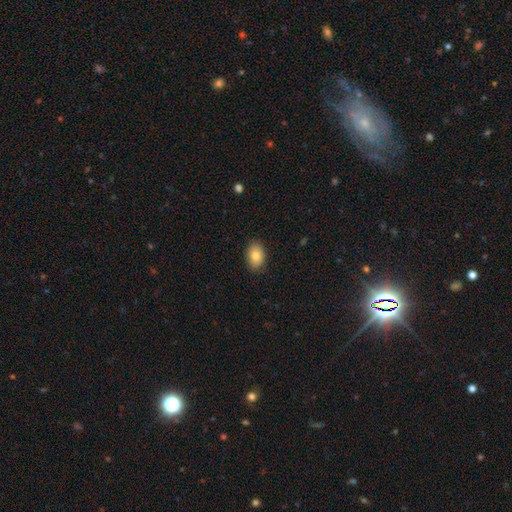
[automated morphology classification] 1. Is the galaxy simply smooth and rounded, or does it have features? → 80% smooth, 12% featured or disk, 8% star or artifact.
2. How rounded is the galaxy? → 83% in between, 16% round, 1% cigar-shaped.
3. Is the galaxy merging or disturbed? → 86% none, 11% minor disturbance, 2% major disturbance, 1% merger.